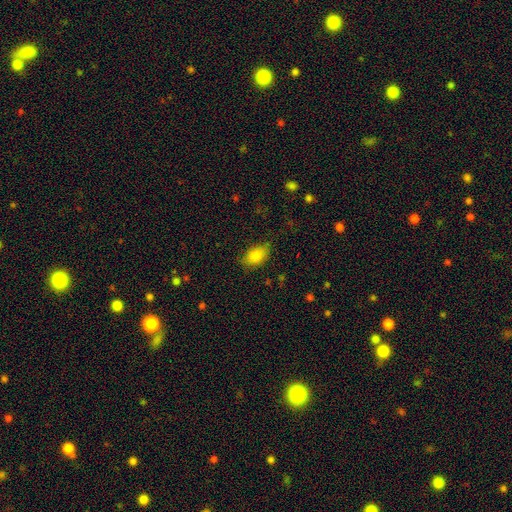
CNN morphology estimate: smooth_or_featured: smooth (p=0.84) [alt: star or artifact p=0.08]
how_rounded: in between (p=0.88) [alt: round p=0.10]
merging: none (p=0.77) [alt: minor disturbance p=0.18]